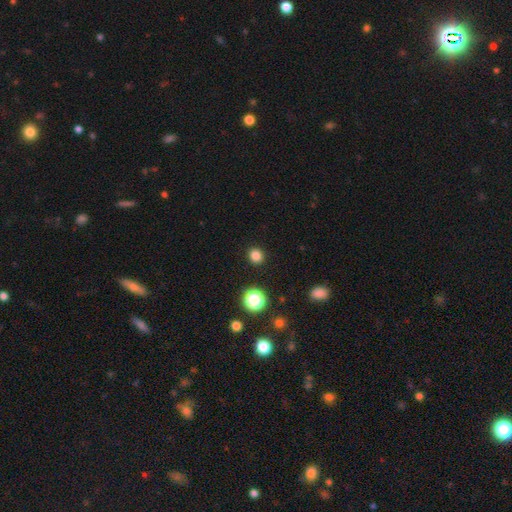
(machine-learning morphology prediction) This appears to be a smooth galaxy with no disk features (82%) that is round (82%). Merging: none (91%).